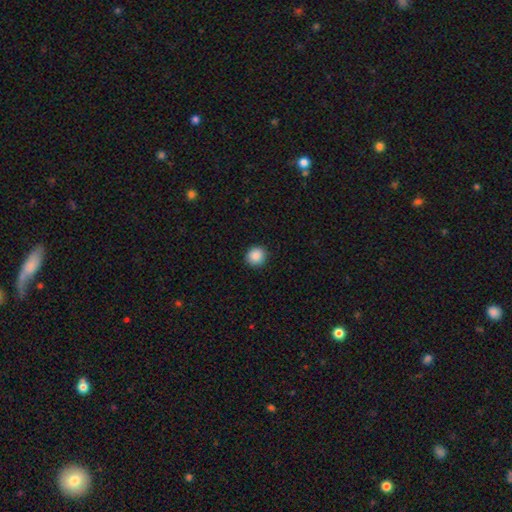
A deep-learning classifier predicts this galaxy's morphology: Smooth or featured?
  - smooth: 89% *
  - star or artifact: 9%
  - featured or disk: 2%
How rounded?
  - round: 93% *
  - in between: 6%
  - cigar-shaped: 1%
Merging?
  - none: 92% *
  - minor disturbance: 6%
  - major disturbance: 2%
  - merger: 1%